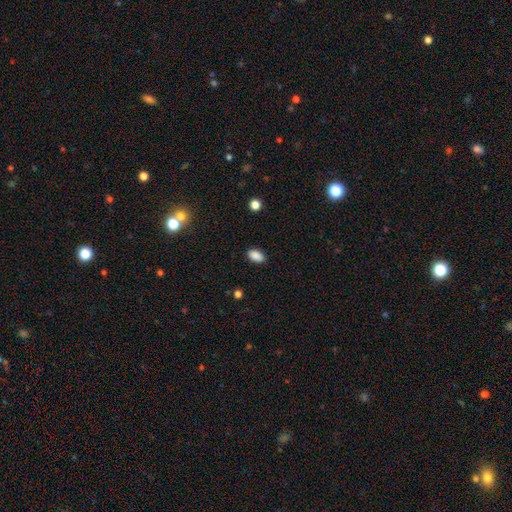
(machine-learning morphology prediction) This appears to be a smooth galaxy with no disk features (88%) that is in between round and cigar-shaped (91%). Merging: none (88%).